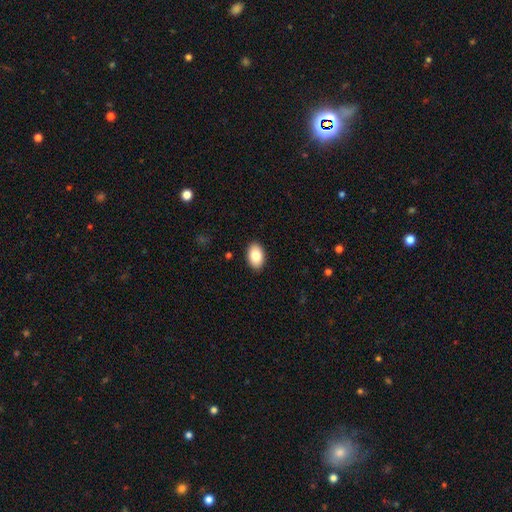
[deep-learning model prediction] smooth-or-featured: smooth: 84% | featured or disk: 9% | star or artifact: 7%
  how-rounded: in between: 91% | round: 8% | cigar-shaped: 1%
  merging: none: 90% | minor disturbance: 7% | major disturbance: 2% | merger: 1%